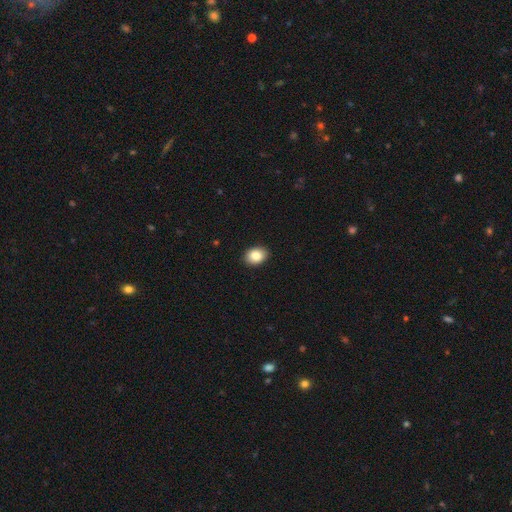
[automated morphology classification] The model was most divided on "how rounded": in between: 72%, round: 27%, cigar-shaped: 1%. More confident: merging — none (90%); smooth or featured — smooth (87%).